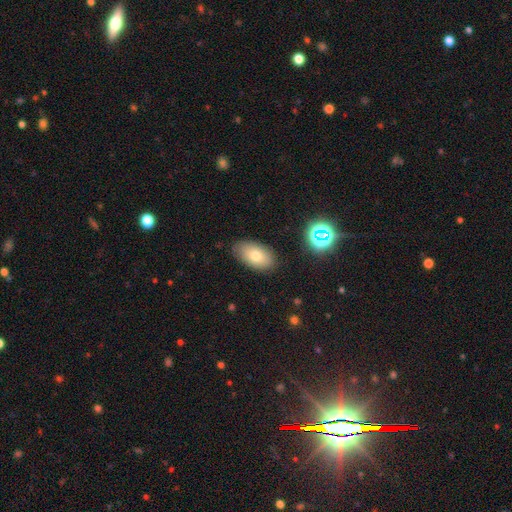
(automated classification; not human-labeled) This appears to be a smooth galaxy with no disk features (75%) that is in between round and cigar-shaped (93%). Merging: none (83%).